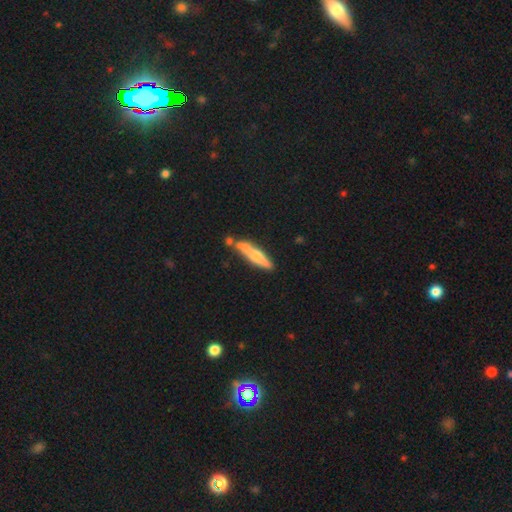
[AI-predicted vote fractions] The model was most divided on "smooth or featured" (2-way tie): featured or disk: 47%, smooth: 47%, star or artifact: 6%. More confident: merging — none (65%).